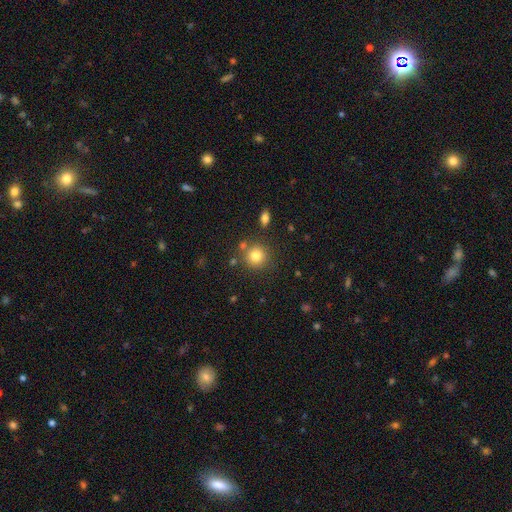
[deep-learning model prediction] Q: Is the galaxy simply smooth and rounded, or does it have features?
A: smooth — 81%.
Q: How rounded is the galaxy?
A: round — 92%.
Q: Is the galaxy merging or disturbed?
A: none — 79%.